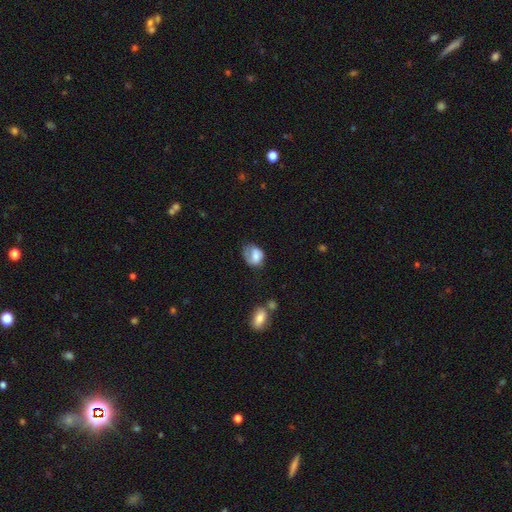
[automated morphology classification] Smooth or featured?
  - smooth: 68% *
  - featured or disk: 24%
  - star or artifact: 8%
How rounded?
  - in between: 66% *
  - round: 33%
  - cigar-shaped: 1%
Merging?
  - none: 36% *
  - minor disturbance: 33%
  - major disturbance: 25%
  - merger: 5%